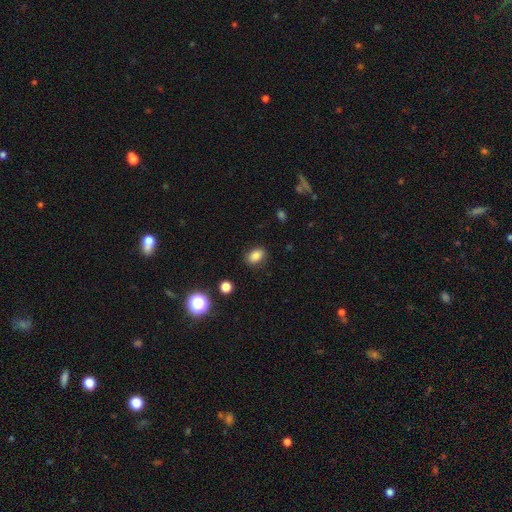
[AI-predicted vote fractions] The model was most divided on "how rounded": in between: 82%, round: 17%, cigar-shaped: 2%. More confident: merging — none (86%); smooth or featured — smooth (83%).